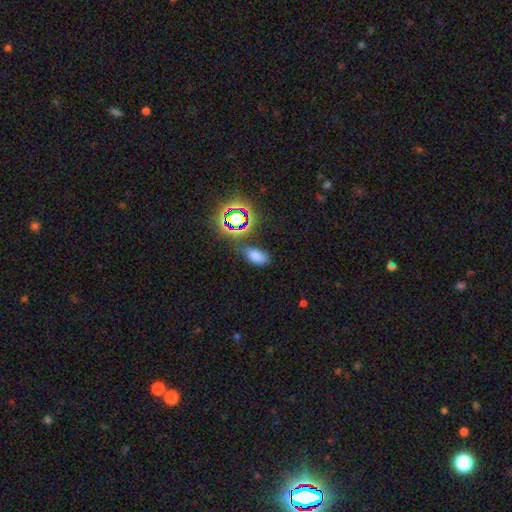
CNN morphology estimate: Smooth or featured? Predicted: smooth (p=0.69). How rounded? Predicted: in between (p=0.89). Merging? Predicted: none (p=0.72).